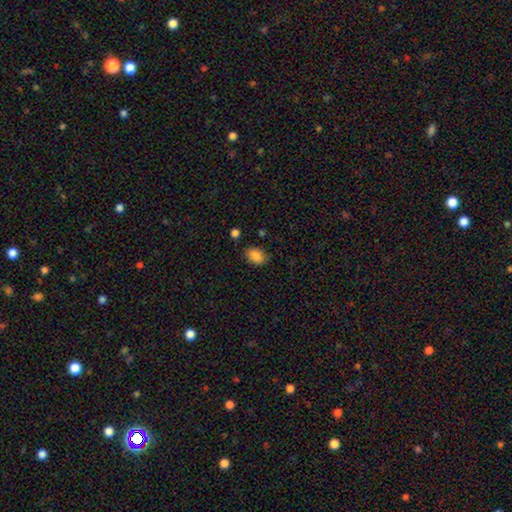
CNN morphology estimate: smooth 86%, star or artifact 9%, featured or disk 5%. Down the decision tree: how rounded — in between (80%); merging — none (81%).